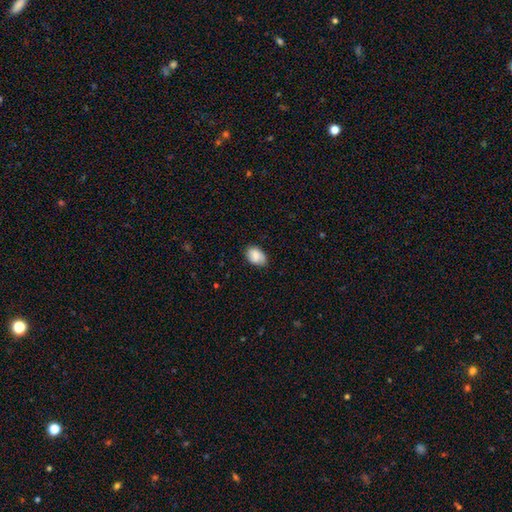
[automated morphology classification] Smooth or featured? smooth (82%)
How rounded? in between (82%)
Merging? none (70%)